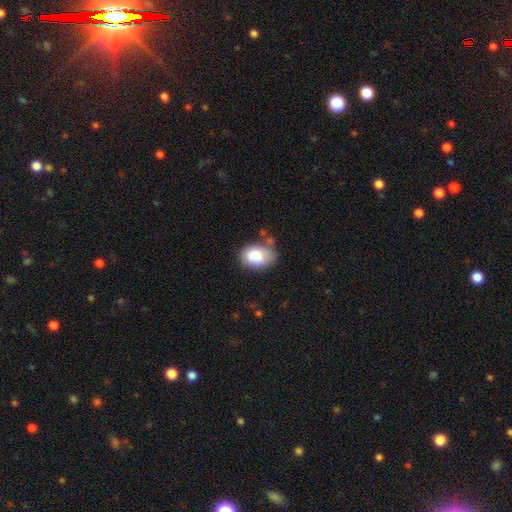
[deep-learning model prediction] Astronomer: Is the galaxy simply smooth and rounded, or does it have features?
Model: smooth — 82%.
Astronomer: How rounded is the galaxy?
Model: in between — 76%.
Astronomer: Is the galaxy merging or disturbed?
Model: none — 61%.